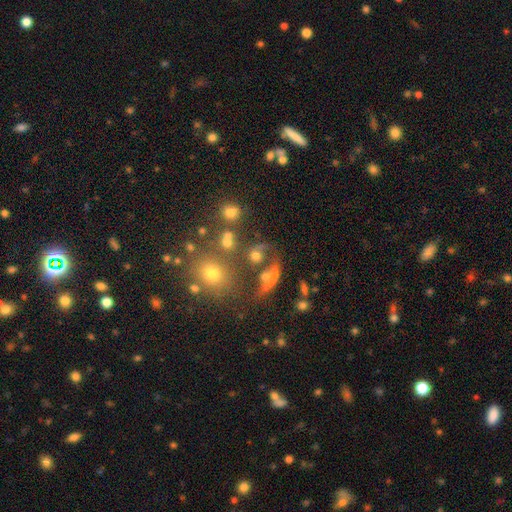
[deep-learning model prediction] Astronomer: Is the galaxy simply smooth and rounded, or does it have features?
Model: smooth — 58%.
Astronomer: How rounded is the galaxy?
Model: round — 71%.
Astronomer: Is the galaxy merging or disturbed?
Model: none — 43% (runner-up: merger, 28%).